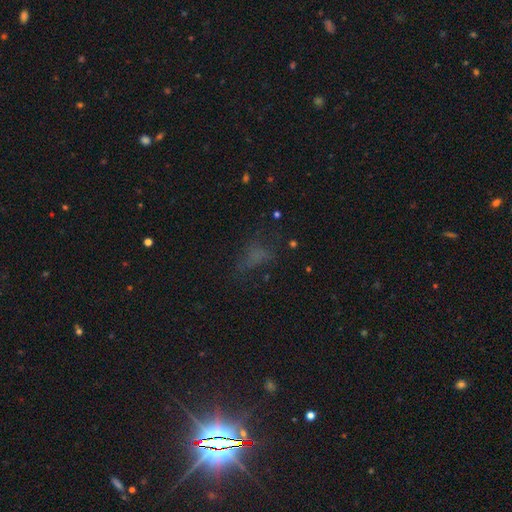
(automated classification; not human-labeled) Smooth or featured: smooth — 48% (star or artifact — 31%)
Merging: none — 46% (major disturbance — 30%)